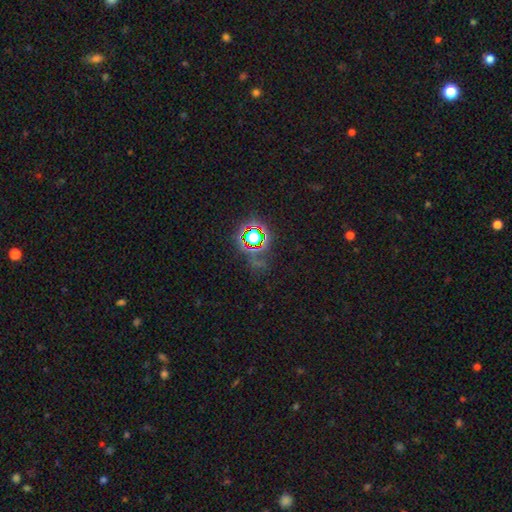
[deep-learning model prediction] Morphology: type=star or artifact (72%).